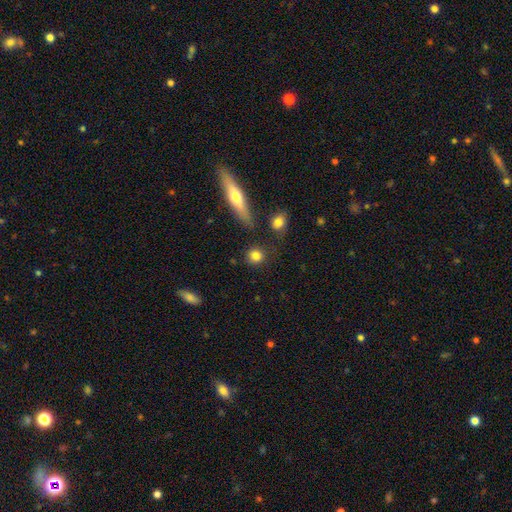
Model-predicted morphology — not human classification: A smooth galaxy with no disk features (83%) that is round (84%). Merging: none (81%).